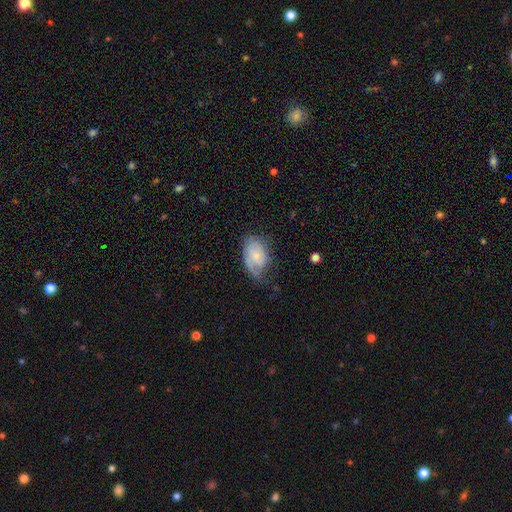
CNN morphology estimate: Overall: smooth (51%; featured or disk 42%). How rounded: in between (88%). Merging: none (45%; minor disturbance 34%).